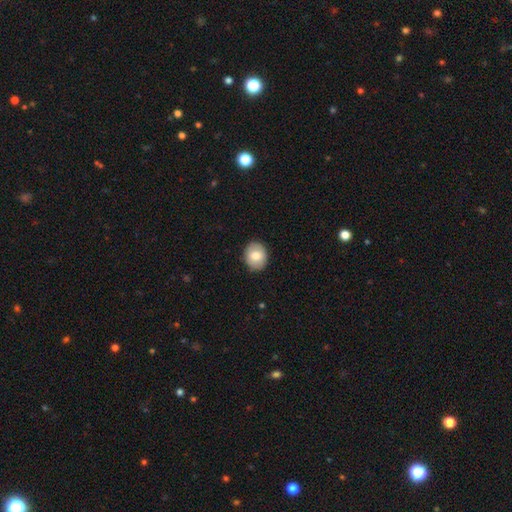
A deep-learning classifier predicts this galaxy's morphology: A smooth galaxy with no disk features (76%) that is round (57%). Merging: none (89%).